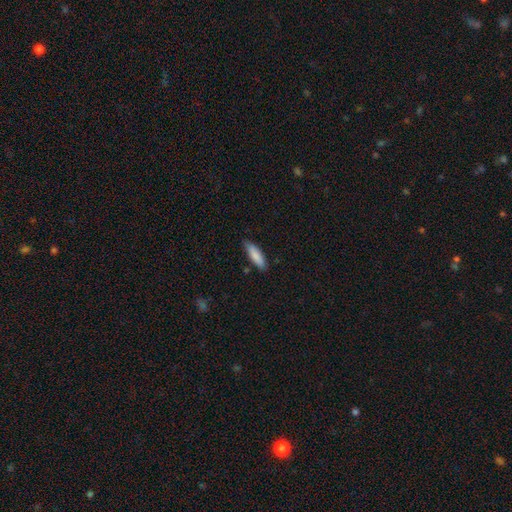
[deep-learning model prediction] A smooth galaxy with no disk features (85%) that is cigar-shaped (58%). Merging: none (82%).